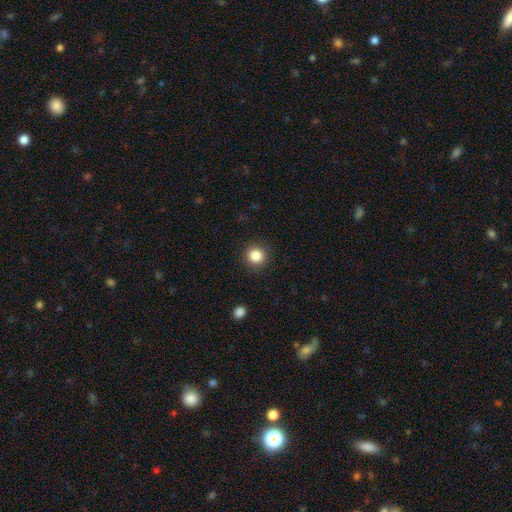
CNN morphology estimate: A smooth galaxy with no disk features (85%) that is round (93%).

Vote fractions:
- Smooth or featured? smooth: 85% / star or artifact: 10% / featured or disk: 4%
- How rounded? round: 93% / in between: 6% / cigar-shaped: 1%
- Merging? none: 90% / minor disturbance: 7% / major disturbance: 2% / merger: 1%